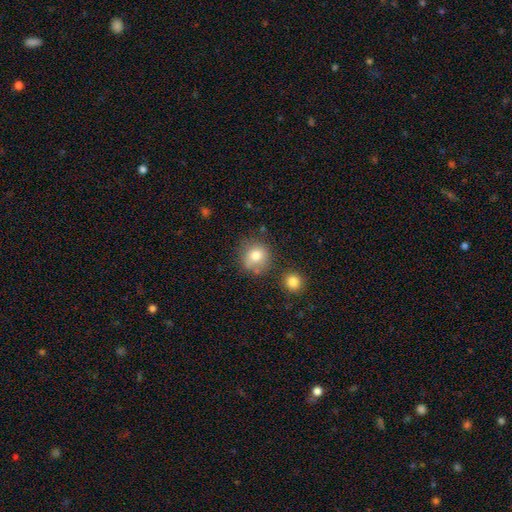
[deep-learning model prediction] smooth_or_featured: smooth (p=0.79) [alt: featured or disk p=0.11]
how_rounded: round (p=0.85) [alt: in between p=0.15]
merging: none (p=0.64) [alt: minor disturbance p=0.19]